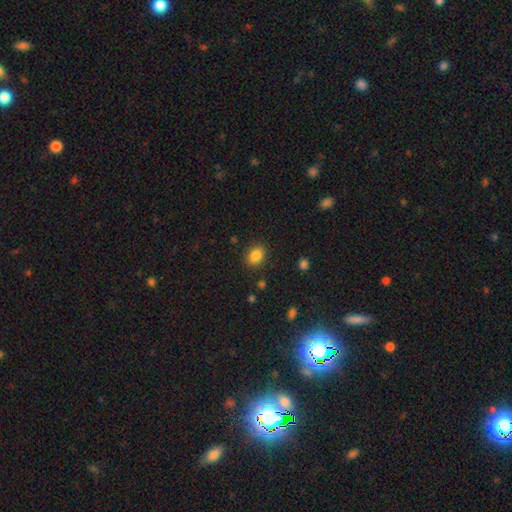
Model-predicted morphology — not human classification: Q: Smooth or featured?
A: smooth (85%); runner-up: star or artifact (10%)
Q: How rounded?
A: in between (58%); runner-up: round (41%)
Q: Merging?
A: none (87%); runner-up: minor disturbance (9%)